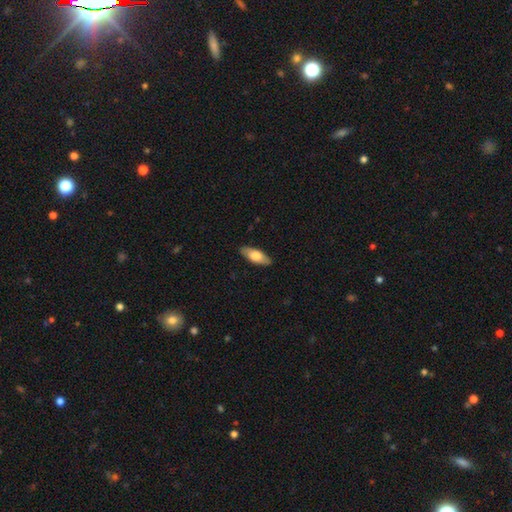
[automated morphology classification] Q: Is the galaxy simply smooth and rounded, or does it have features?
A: smooth — 70%.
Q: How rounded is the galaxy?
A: in between — 75%.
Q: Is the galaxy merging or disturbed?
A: none — 87%.